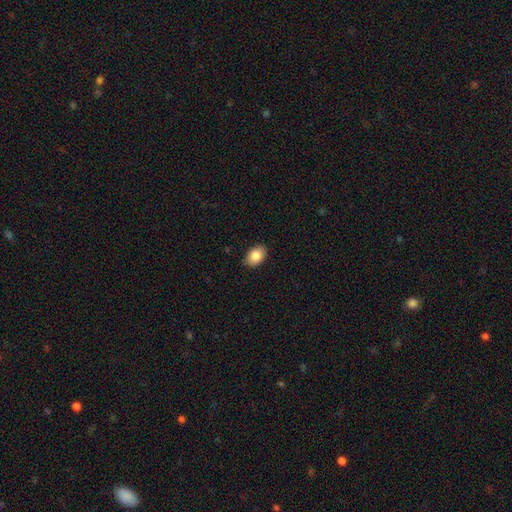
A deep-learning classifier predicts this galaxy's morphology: Smooth or featured? smooth (86%)
How rounded? in between (84%)
Merging? none (88%)